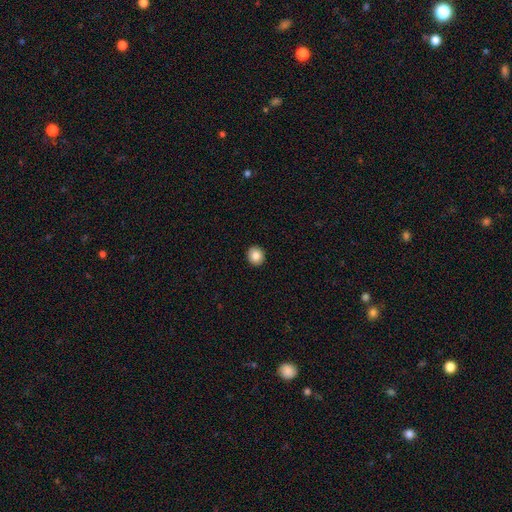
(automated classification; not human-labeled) This appears to be a smooth galaxy with no disk features (84%) that is round (87%). Merging: none (93%).